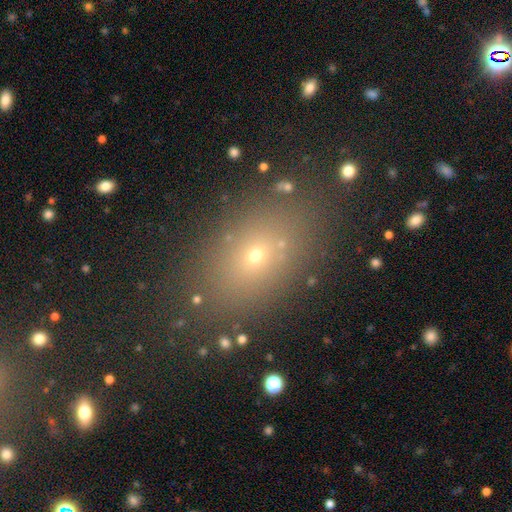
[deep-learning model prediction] Smooth or featured? smooth (61%)
How rounded? in between (73%)
Merging? none (81%)